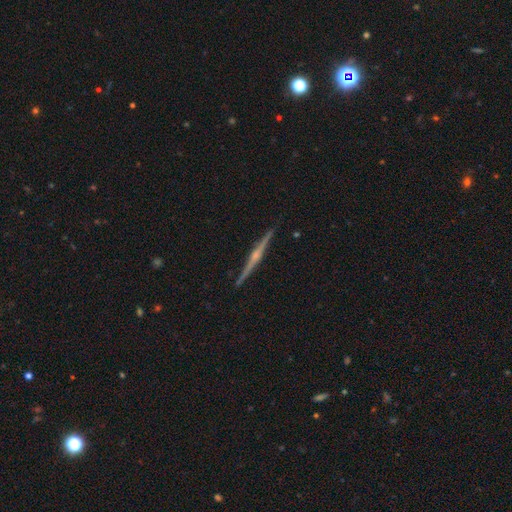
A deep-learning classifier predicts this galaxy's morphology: Smooth or featured? featured or disk (85%)
Edge-on disk? yes (99%)
Edge-on bulge? rounded (81%)
Merging? none (92%)